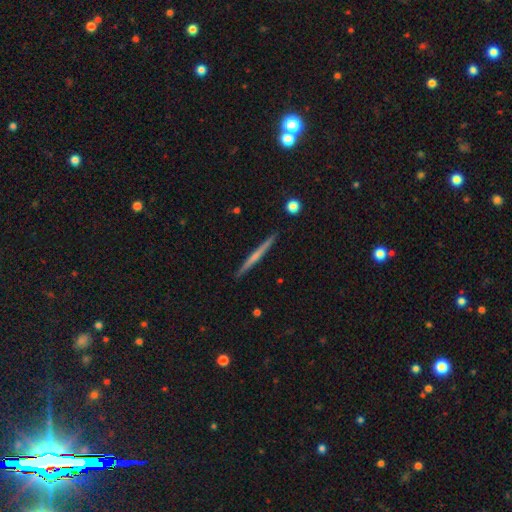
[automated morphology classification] This appears to be a featured or disk galaxy (57%) viewed edge-on (98%) with no central bulge (72%). Merging: none (92%).